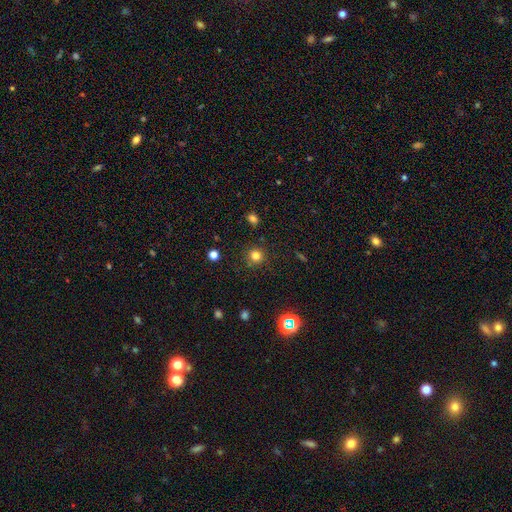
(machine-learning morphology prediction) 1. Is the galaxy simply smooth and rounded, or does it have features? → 79% smooth, 16% star or artifact, 5% featured or disk.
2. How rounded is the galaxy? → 93% round, 6% in between, 1% cigar-shaped.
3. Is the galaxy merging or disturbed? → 88% none, 7% minor disturbance, 3% major disturbance, 2% merger.